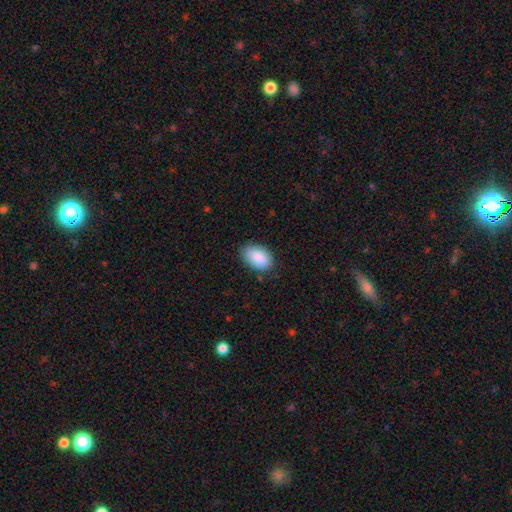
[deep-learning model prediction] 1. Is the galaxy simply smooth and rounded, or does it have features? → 88% smooth, 6% star or artifact, 6% featured or disk.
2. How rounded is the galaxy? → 91% in between, 8% round, 1% cigar-shaped.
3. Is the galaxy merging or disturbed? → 82% none, 14% minor disturbance, 3% major disturbance, 1% merger.